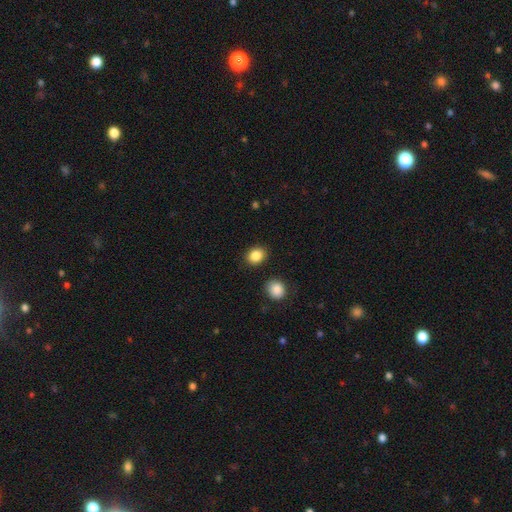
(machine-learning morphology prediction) This is clearly a smooth galaxy (86%). How rounded: possibly round (57%). Merging: clearly none (87%).